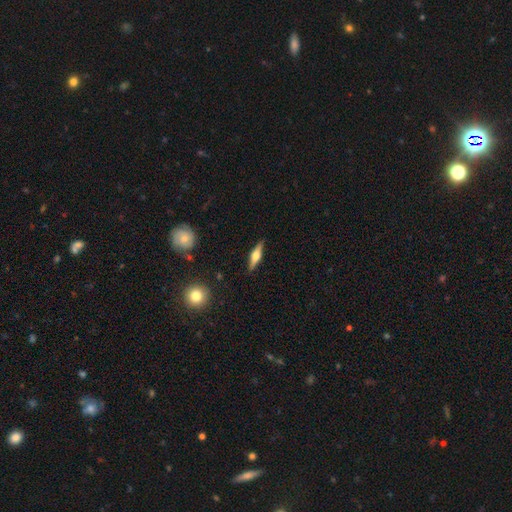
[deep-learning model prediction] Smooth or featured? Predicted: featured or disk (p=0.61). Edge-on disk? Predicted: yes (p=0.96). Edge-on bulge? Predicted: rounded (p=0.88). Merging? Predicted: none (p=0.87).